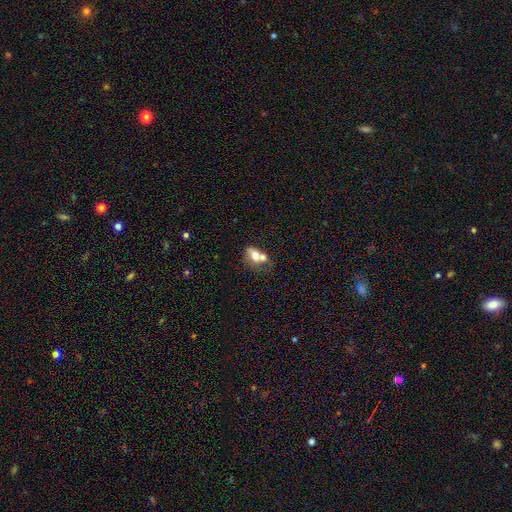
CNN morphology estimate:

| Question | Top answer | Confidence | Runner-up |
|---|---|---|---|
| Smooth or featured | smooth | 66% | featured or disk (24%) |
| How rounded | in between | 64% | round (34%) |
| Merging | merger | 59% | none (24%) |